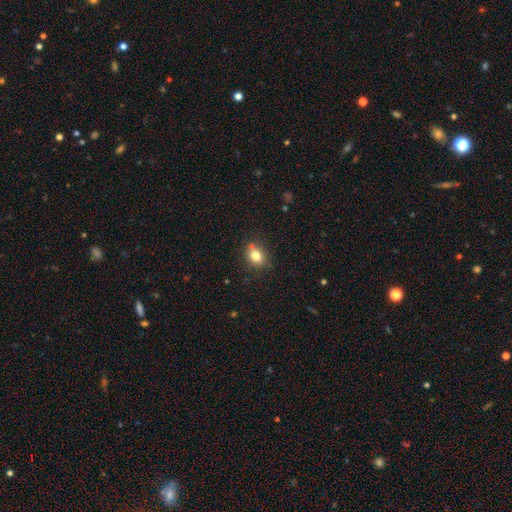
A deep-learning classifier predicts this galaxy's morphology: Smooth or featured?
  - smooth: 79% *
  - star or artifact: 12%
  - featured or disk: 9%
How rounded?
  - round: 58% *
  - in between: 41%
  - cigar-shaped: 1%
Merging?
  - none: 71% *
  - minor disturbance: 13%
  - merger: 12%
  - major disturbance: 3%